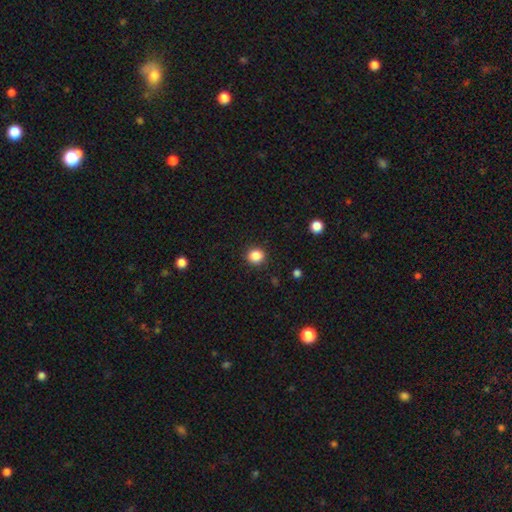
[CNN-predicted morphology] A smooth galaxy with no disk features (86%) that is round (86%). Merging: none (90%).